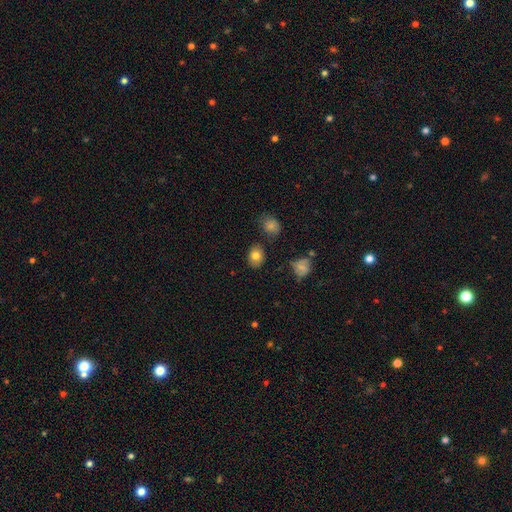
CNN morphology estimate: Overall: smooth (80%). How rounded: in between (50%; round 49%). Merging: none (82%).